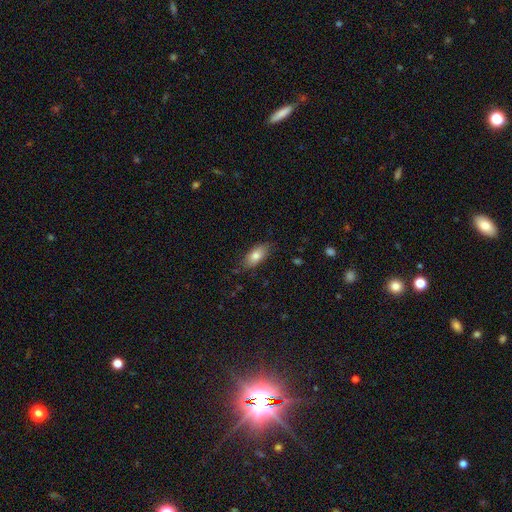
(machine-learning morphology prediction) smooth 79%, featured or disk 14%, star or artifact 7%. Down the decision tree: how rounded — in between (87%); merging — none (81%).